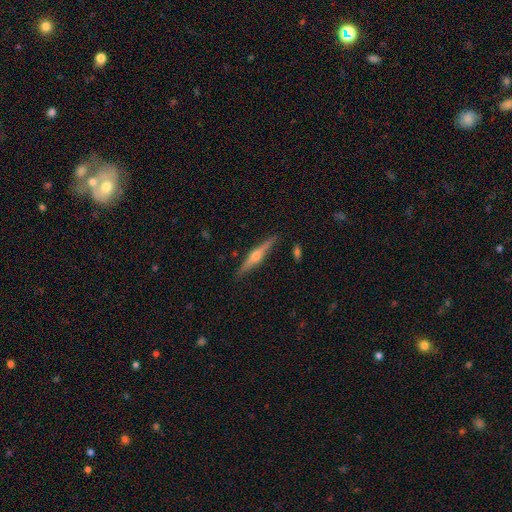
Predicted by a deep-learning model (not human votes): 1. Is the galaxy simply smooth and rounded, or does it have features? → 75% featured or disk, 19% smooth, 6% star or artifact.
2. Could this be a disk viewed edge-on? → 98% yes, 2% no.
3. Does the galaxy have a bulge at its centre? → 93% rounded, 4% boxy, 3% none.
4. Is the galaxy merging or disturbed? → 89% none, 8% minor disturbance, 2% major disturbance, 1% merger.